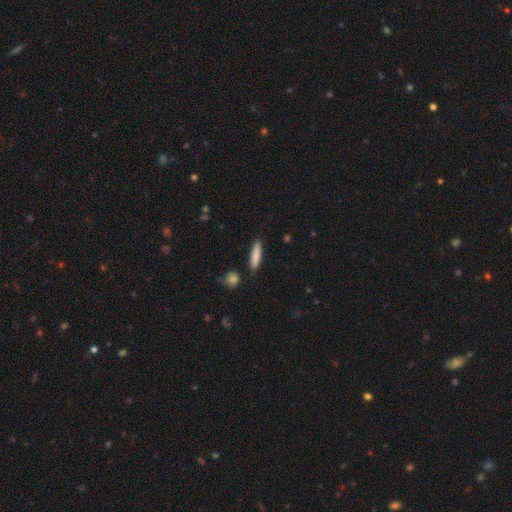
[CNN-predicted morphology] type=smooth (82%); roundness=cigar-shaped (84%); merging=none (87%).